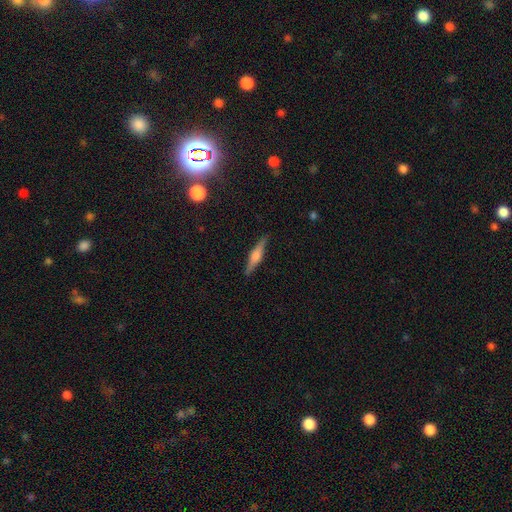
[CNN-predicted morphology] Q: Smooth or featured?
A: featured or disk (63%); runner-up: smooth (30%)
Q: Edge-on disk?
A: yes (97%); runner-up: no (3%)
Q: Edge-on bulge?
A: rounded (78%); runner-up: boxy (17%)
Q: Merging?
A: none (89%); runner-up: minor disturbance (8%)